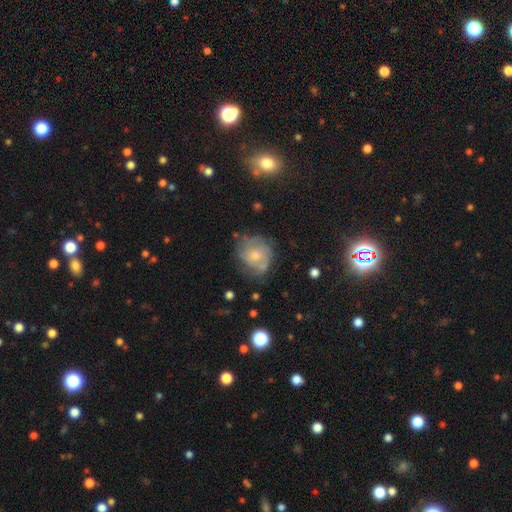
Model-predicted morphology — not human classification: The model was most divided on "smooth or featured": featured or disk: 48%, smooth: 43%, star or artifact: 9%. More confident: merging — none (57%).